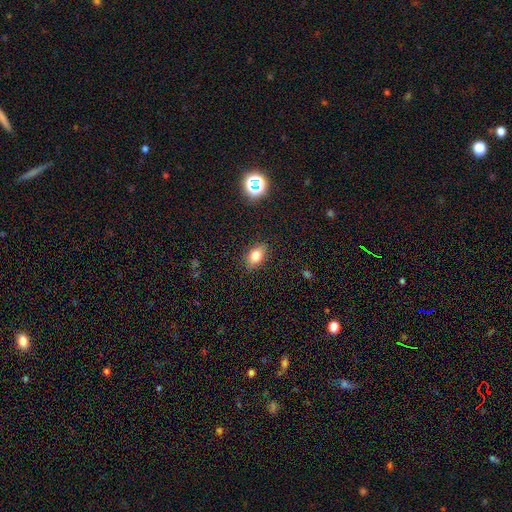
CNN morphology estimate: Q: Smooth or featured?
A: smooth (79%); runner-up: star or artifact (11%)
Q: How rounded?
A: in between (84%); runner-up: round (14%)
Q: Merging?
A: none (86%); runner-up: minor disturbance (10%)